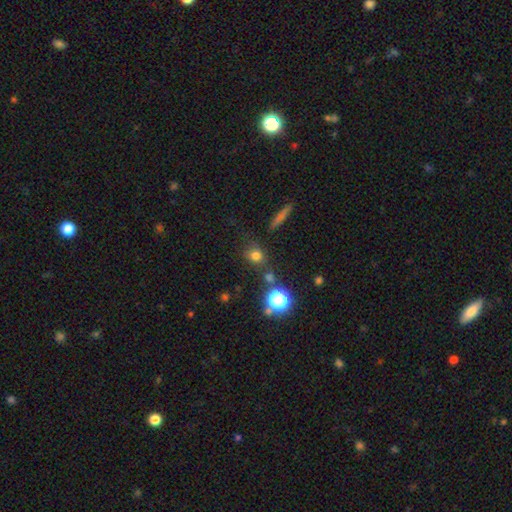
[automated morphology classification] Smooth or featured? smooth (73%)
How rounded? round (72%)
Merging? none (73%)